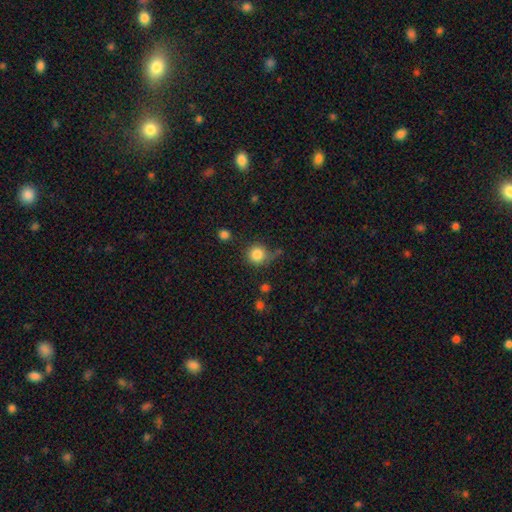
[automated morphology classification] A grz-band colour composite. It shows a smooth galaxy with no disk features (83%) that is round (92%). Merging: none (69%).